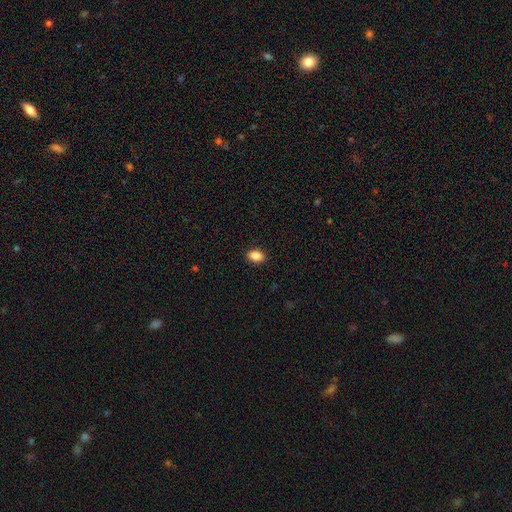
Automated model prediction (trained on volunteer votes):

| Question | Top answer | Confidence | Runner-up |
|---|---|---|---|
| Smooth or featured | smooth | 88% | star or artifact (9%) |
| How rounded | in between | 82% | round (17%) |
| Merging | none | 90% | minor disturbance (7%) |